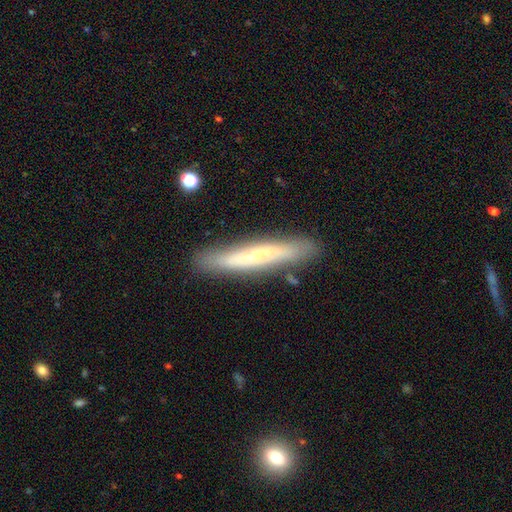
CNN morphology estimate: Q: Smooth or featured?
A: featured or disk (55%); runner-up: smooth (39%)
Q: Edge-on disk?
A: yes (74%); runner-up: no (26%)
Q: Merging?
A: none (83%); runner-up: minor disturbance (12%)